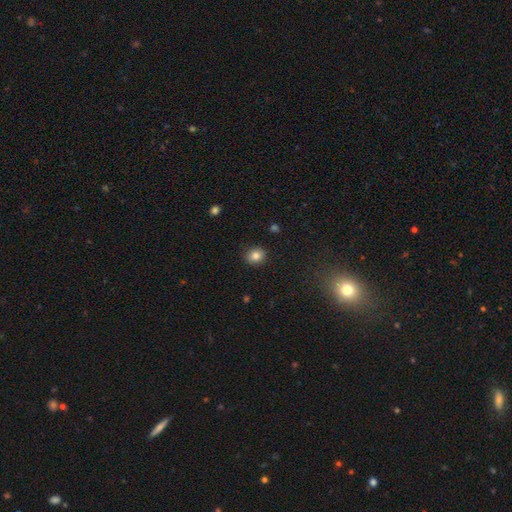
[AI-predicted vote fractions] Smooth or featured?
  - smooth: 83% *
  - star or artifact: 11%
  - featured or disk: 6%
How rounded?
  - round: 69% *
  - in between: 30%
  - cigar-shaped: 1%
Merging?
  - none: 89% *
  - minor disturbance: 8%
  - major disturbance: 2%
  - merger: 1%